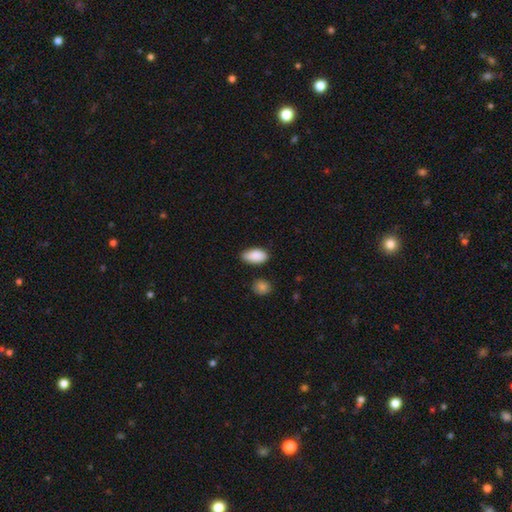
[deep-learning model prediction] Smooth or featured? Predicted: smooth (p=0.89). How rounded? Predicted: in between (p=0.93). Merging? Predicted: none (p=0.76).